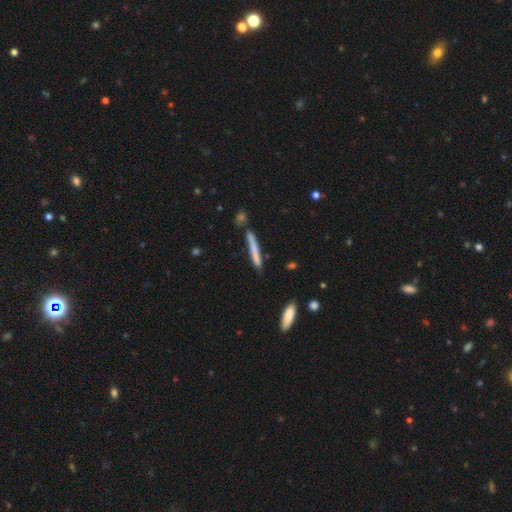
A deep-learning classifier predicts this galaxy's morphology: This is marginally a smooth galaxy (43%). Merging: likely none (75%).